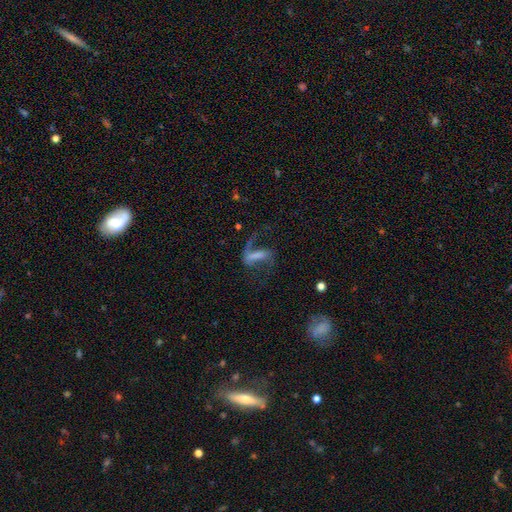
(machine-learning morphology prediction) This is likely a featured or disk galaxy (69%). It is clearly not viewed edge-on (91%). Bar: possibly strong (59%). Spiral arm pattern: clearly yes (85%). Spiral arm count: likely 2 (72%). Spiral winding: likely loose (75%). Central bulge: possibly none (51%). Merging: possibly none (46%).